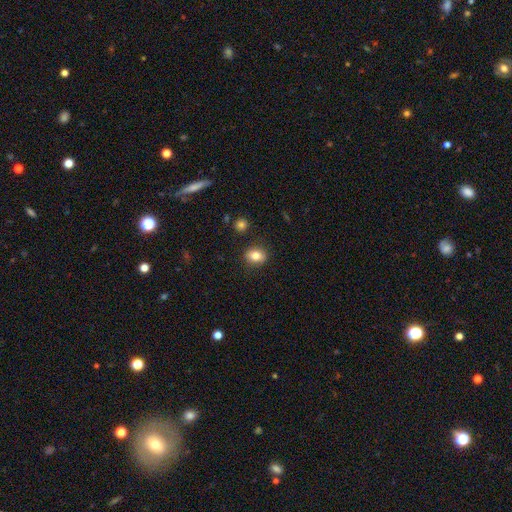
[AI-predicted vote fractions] Morphology: type=smooth (81%); roundness=in between (55%); merging=none (86%).